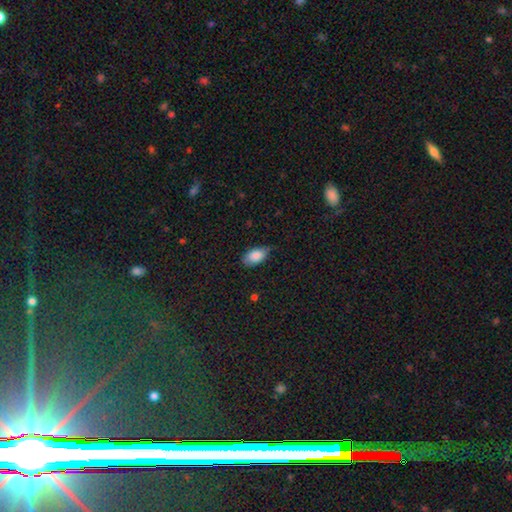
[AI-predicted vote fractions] Smooth or featured? smooth (86%)
How rounded? in between (92%)
Merging? none (63%)